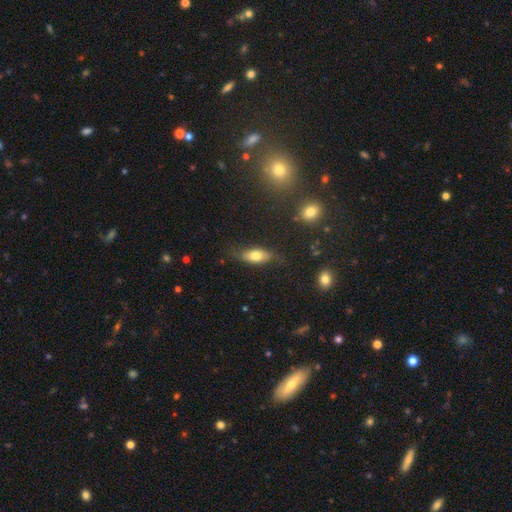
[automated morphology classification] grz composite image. It shows a smooth galaxy with no disk features (69%) that is in between round and cigar-shaped (79%). Merging: none (69%).